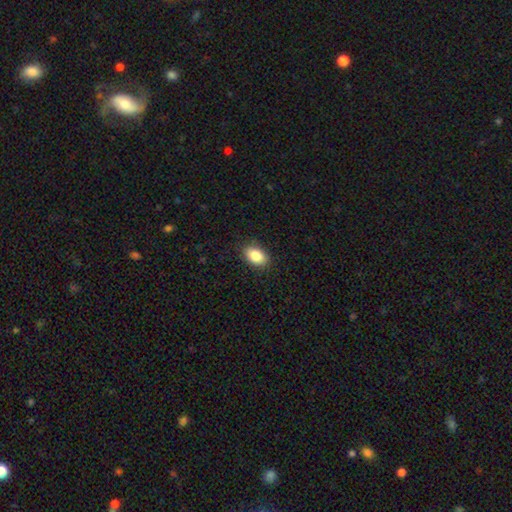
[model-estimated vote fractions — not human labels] This appears to be a smooth galaxy with no disk features (86%) that is in between round and cigar-shaped (87%). Merging: none (87%).